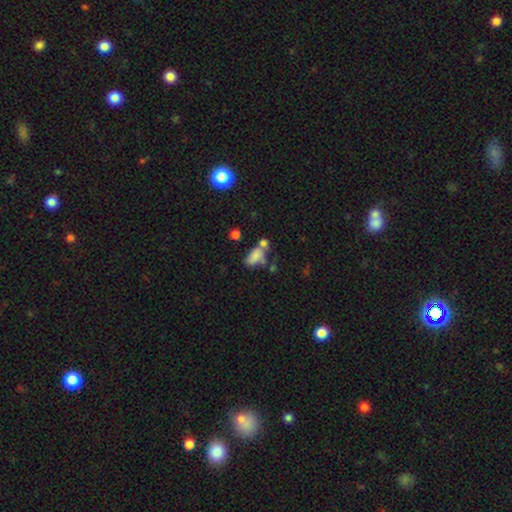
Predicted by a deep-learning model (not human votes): This is likely a smooth galaxy (72%). How rounded: clearly in between (89%). Merging: marginally none (35%).